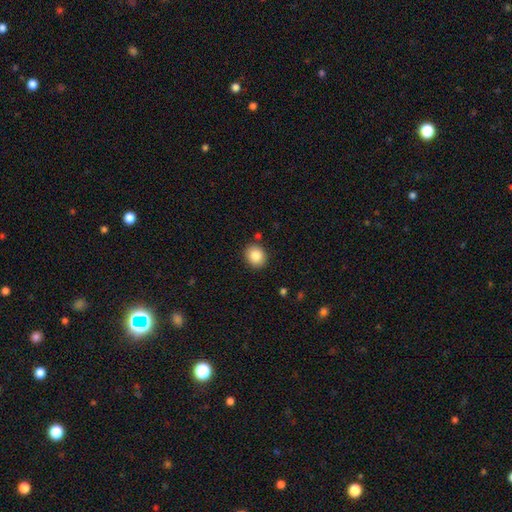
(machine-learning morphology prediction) smooth_or_featured: smooth (p=0.85) [alt: star or artifact p=0.09]
how_rounded: round (p=0.72) [alt: in between p=0.27]
merging: none (p=0.88) [alt: minor disturbance p=0.07]